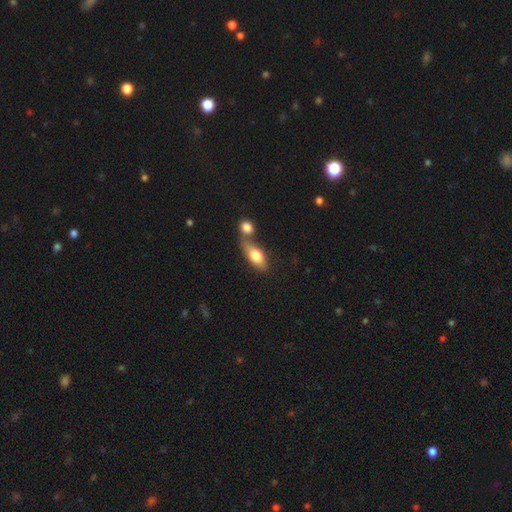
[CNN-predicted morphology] A smooth galaxy with no disk features (73%) that is in between round and cigar-shaped (80%).

Vote fractions:
- Smooth or featured? smooth: 73% / featured or disk: 20% / star or artifact: 6%
- How rounded? in between: 80% / cigar-shaped: 14% / round: 5%
- Merging? merger: 47% / none: 37% / minor disturbance: 11% / major disturbance: 5%